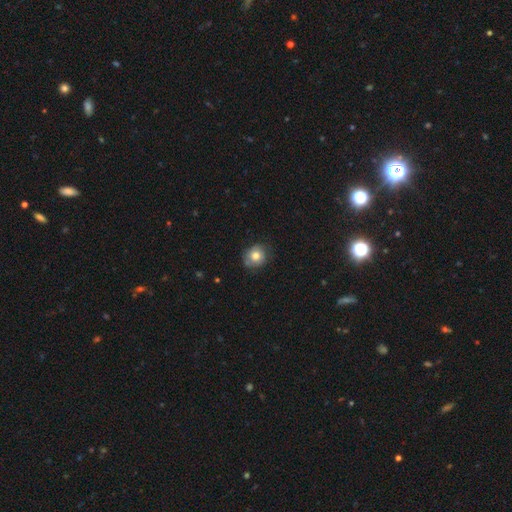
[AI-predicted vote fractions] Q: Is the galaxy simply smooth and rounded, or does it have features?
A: smooth — 76%.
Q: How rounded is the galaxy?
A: round — 82%.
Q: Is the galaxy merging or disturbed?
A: none — 75%.